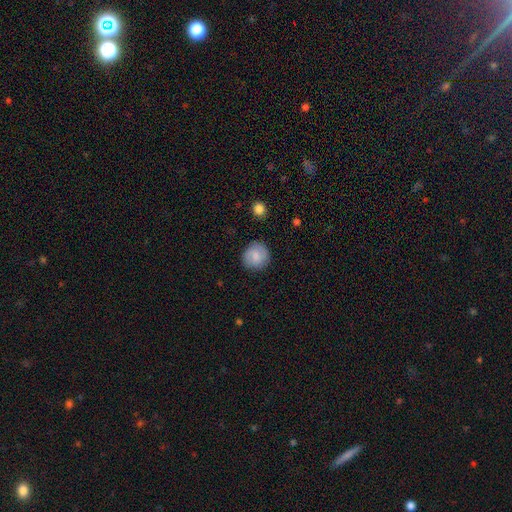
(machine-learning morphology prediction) This appears to be a smooth galaxy with no disk features (77%) that is round (91%). Merging: none (86%).